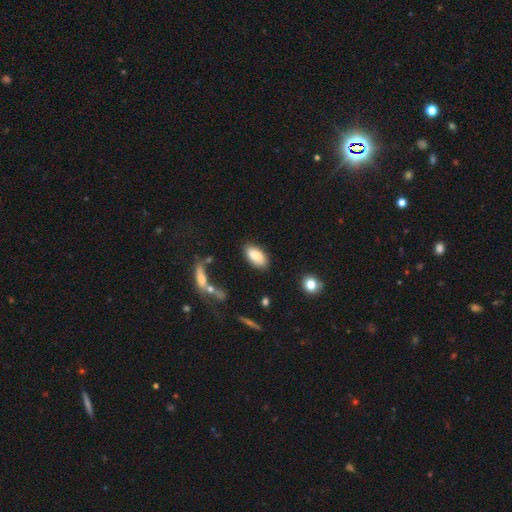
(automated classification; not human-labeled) This is clearly a smooth galaxy (82%). How rounded: clearly in between (93%). Merging: clearly none (82%).